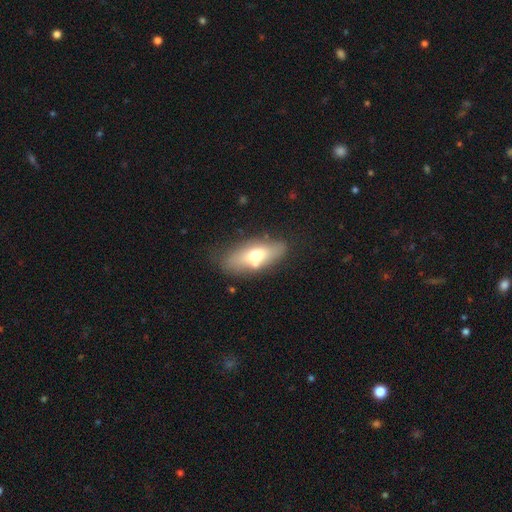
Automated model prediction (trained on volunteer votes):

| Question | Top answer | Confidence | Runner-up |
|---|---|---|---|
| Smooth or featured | smooth | 60% | featured or disk (32%) |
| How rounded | in between | 78% | cigar-shaped (18%) |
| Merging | none | 70% | minor disturbance (18%) |